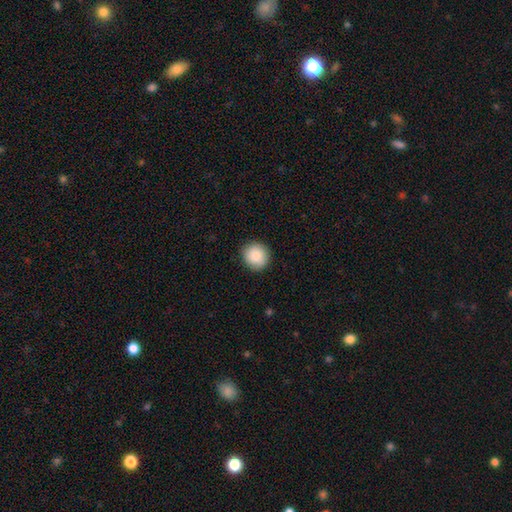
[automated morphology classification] This is clearly a smooth galaxy (87%). How rounded: clearly round (91%). Merging: clearly none (91%).